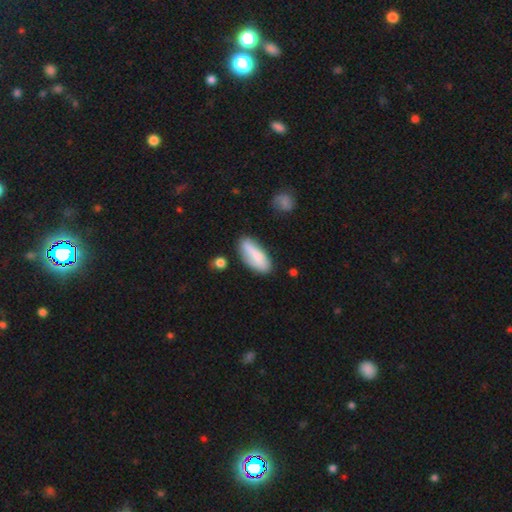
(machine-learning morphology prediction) Smooth or featured? smooth (72%)
How rounded? in between (71%)
Merging? none (67%)